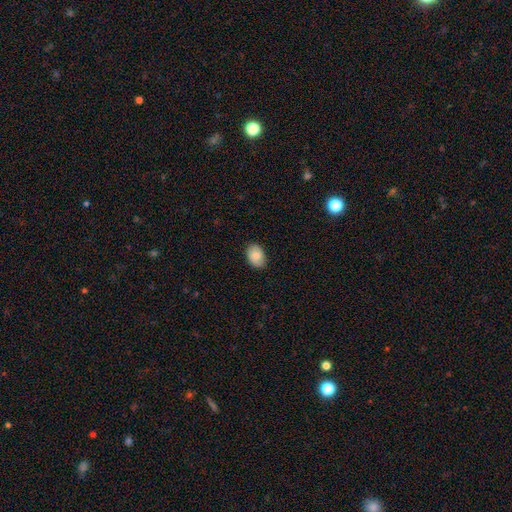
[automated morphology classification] Q: Smooth or featured?
A: smooth (84%); runner-up: featured or disk (9%)
Q: How rounded?
A: in between (81%); runner-up: round (18%)
Q: Merging?
A: none (83%); runner-up: minor disturbance (13%)